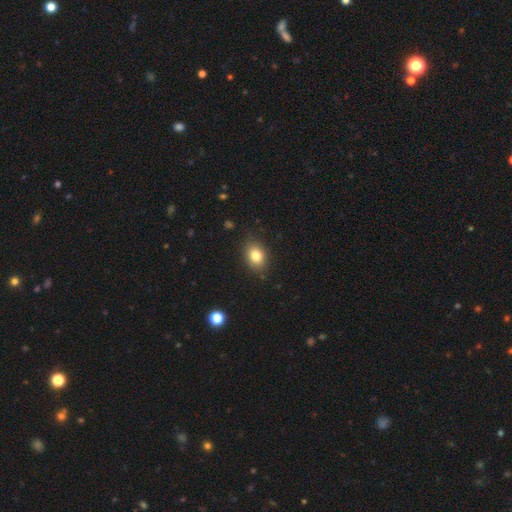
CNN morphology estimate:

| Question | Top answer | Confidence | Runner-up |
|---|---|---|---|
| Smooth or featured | smooth | 82% | star or artifact (10%) |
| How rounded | in between | 69% | round (30%) |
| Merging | none | 84% | minor disturbance (12%) |